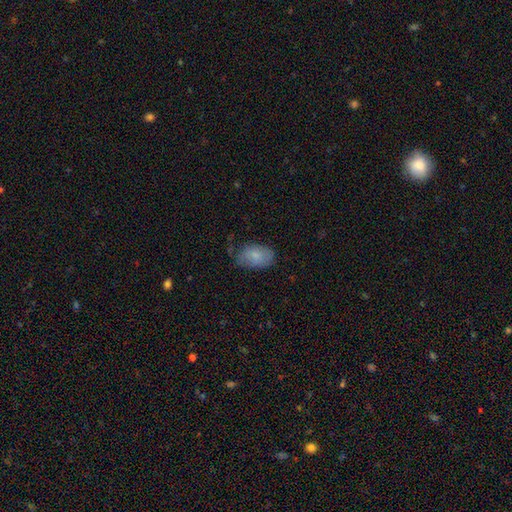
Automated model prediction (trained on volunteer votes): This is clearly a smooth galaxy (80%). How rounded: clearly in between (90%). Merging: likely none (60%).